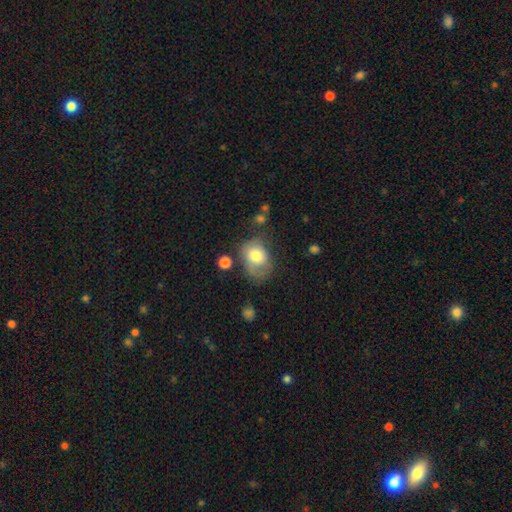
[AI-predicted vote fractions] Smooth or featured?
  - smooth: 68% *
  - featured or disk: 24%
  - star or artifact: 8%
How rounded?
  - in between: 61% *
  - round: 38%
  - cigar-shaped: 1%
Merging?
  - none: 35% *
  - minor disturbance: 31%
  - major disturbance: 28%
  - merger: 6%